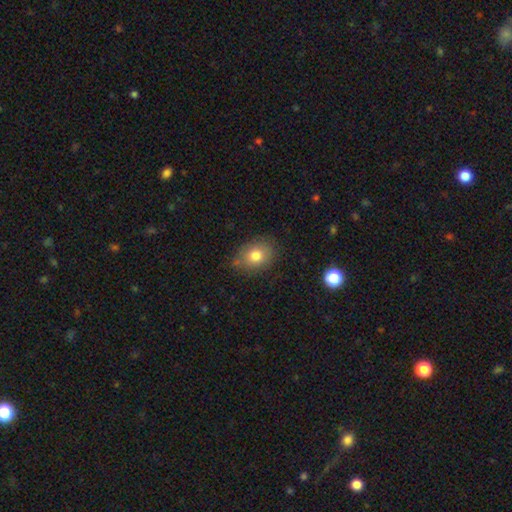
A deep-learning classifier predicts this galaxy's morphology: The model was most divided on "how rounded": in between: 56%, round: 43%, cigar-shaped: 1%. More confident: smooth or featured — smooth (78%); merging — none (74%).